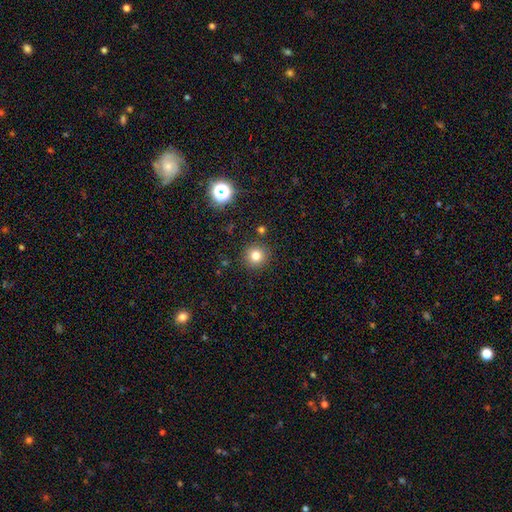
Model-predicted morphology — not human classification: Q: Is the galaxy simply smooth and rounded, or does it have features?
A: smooth — 79%.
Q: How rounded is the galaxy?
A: round — 95%.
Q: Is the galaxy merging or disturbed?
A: none — 89%.